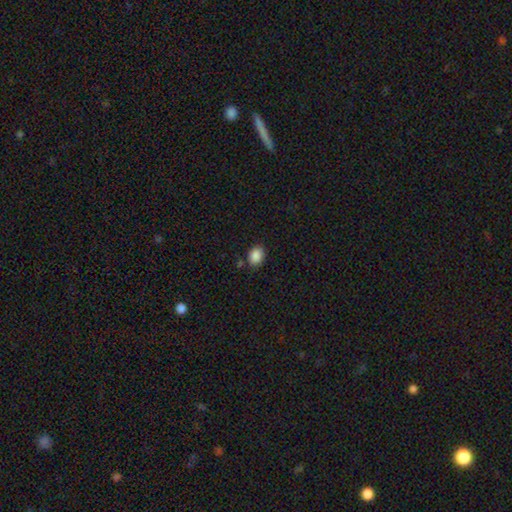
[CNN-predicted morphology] Smooth or featured? smooth (88%)
How rounded? in between (57%)
Merging? none (81%)